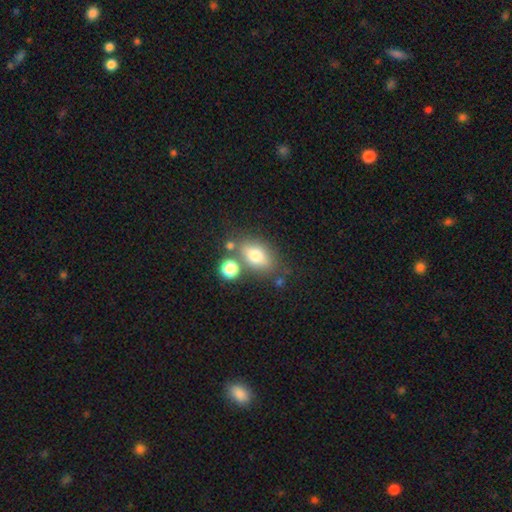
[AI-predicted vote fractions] smooth 69%, featured or disk 21%, star or artifact 11%. Down the decision tree: how rounded — in between (78%); merging — none (64%).